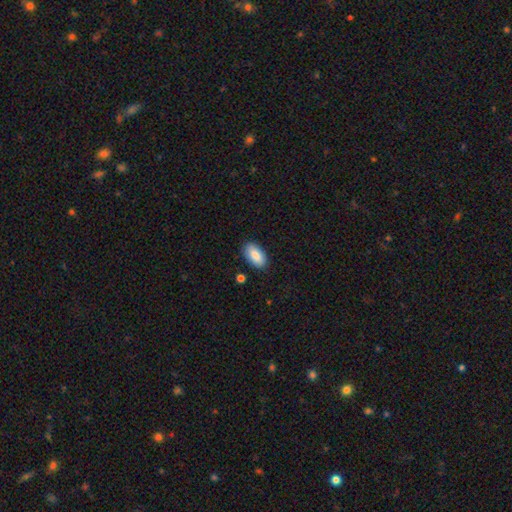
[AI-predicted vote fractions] Morphology: type=smooth (87%); roundness=in between (94%); merging=none (87%).